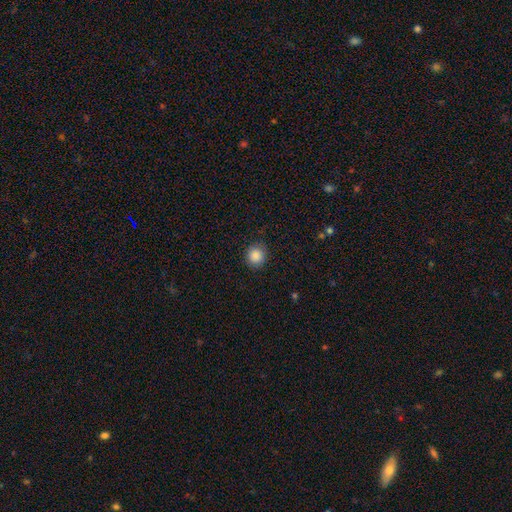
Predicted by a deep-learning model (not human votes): smooth 88%, star or artifact 9%, featured or disk 3%. Down the decision tree: how rounded — round (90%); merging — none (89%).